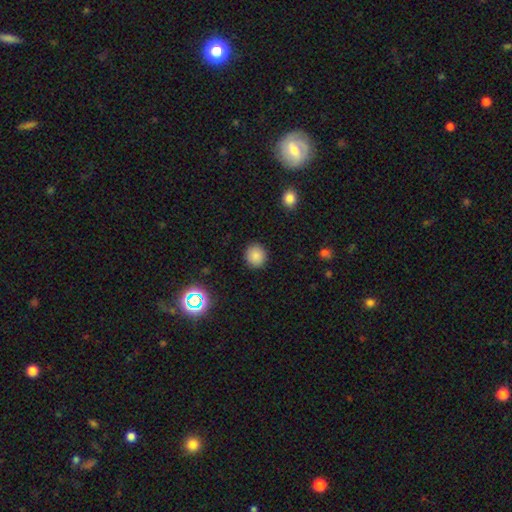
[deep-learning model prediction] Overall: smooth (84%). How rounded: round (88%). Merging: none (91%).